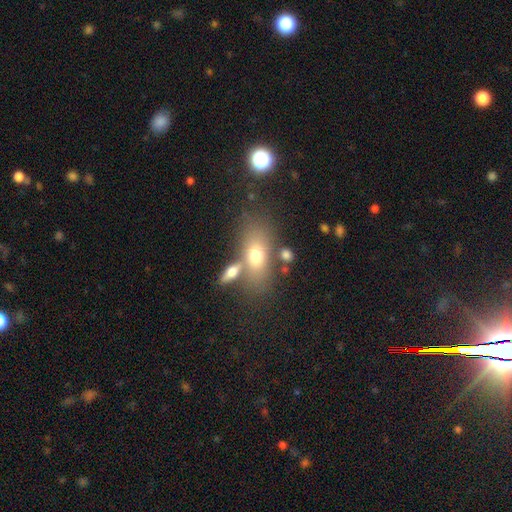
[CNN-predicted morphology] Smooth or featured: smooth — 65% (featured or disk — 24%)
How rounded: in between — 77% (cigar-shaped — 12%)
Merging: none — 54% (merger — 26%)